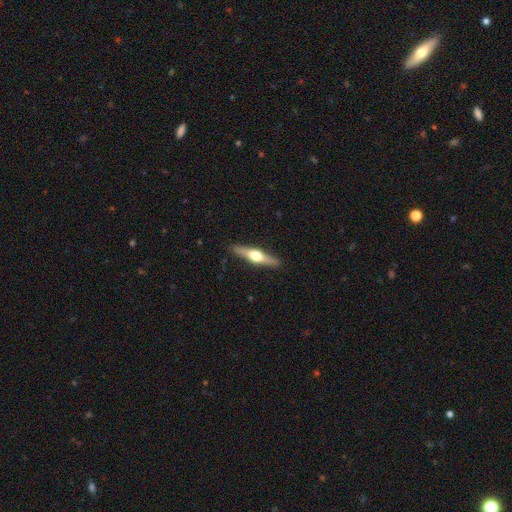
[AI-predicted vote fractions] A featured or disk galaxy (67%) viewed edge-on (97%) with a rounded central bulge (96%).

Vote fractions:
- Smooth or featured? featured or disk: 67% / smooth: 28% / star or artifact: 5%
- Edge-on disk? yes: 97% / no: 3%
- Edge-on bulge? rounded: 96% / boxy: 3% / none: 2%
- Merging? none: 91% / minor disturbance: 7% / major disturbance: 2% / merger: 1%